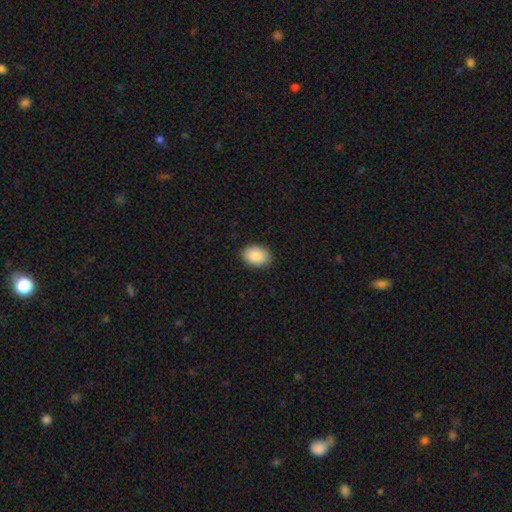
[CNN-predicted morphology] smooth-or-featured: smooth: 89% | star or artifact: 7% | featured or disk: 4%
  how-rounded: in between: 83% | round: 16% | cigar-shaped: 1%
  merging: none: 88% | minor disturbance: 9% | major disturbance: 2% | merger: 1%